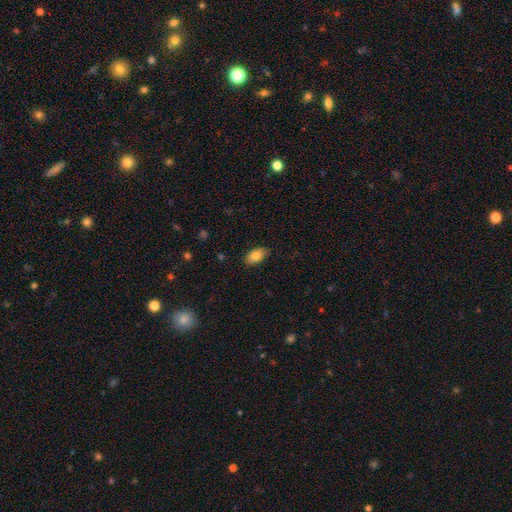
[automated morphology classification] Smooth or featured? Predicted: smooth (p=0.80). How rounded? Predicted: in between (p=0.92). Merging? Predicted: none (p=0.87).